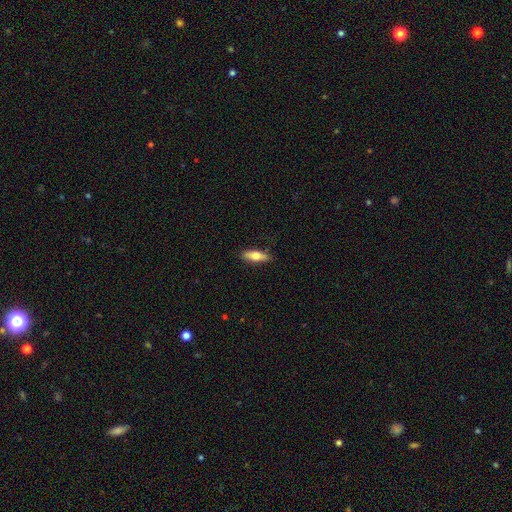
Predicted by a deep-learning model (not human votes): Smooth or featured? smooth (71%)
How rounded? in between (56%)
Merging? none (85%)